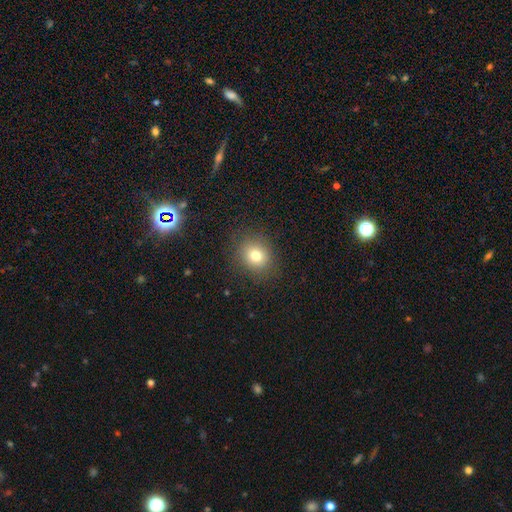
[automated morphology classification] type=smooth (77%); roundness=round (74%); merging=none (86%).